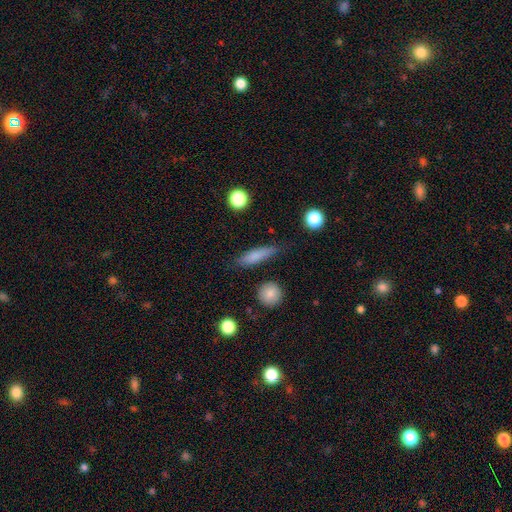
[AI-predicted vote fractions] A smooth galaxy with no disk features (75%) that is cigar-shaped (71%). Merging: none (78%).